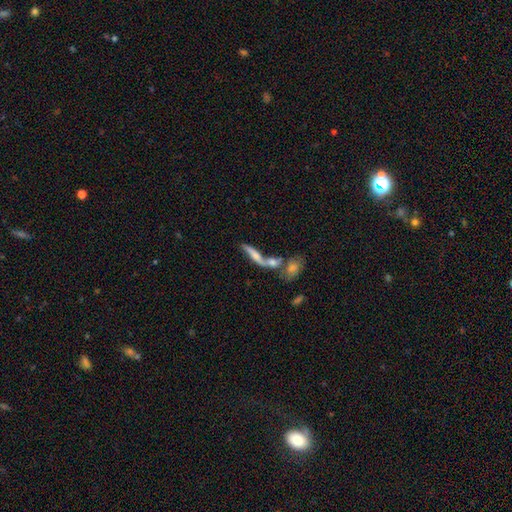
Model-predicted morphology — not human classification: A smooth galaxy with no disk features (46%).

Vote fractions:
- Smooth or featured? smooth: 46% / featured or disk: 45% / star or artifact: 10%
- Merging? merger: 52% / none: 27% / minor disturbance: 11% / major disturbance: 10%